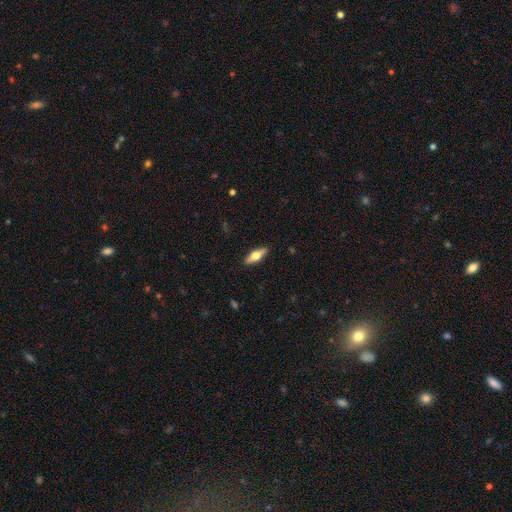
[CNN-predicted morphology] The model was most divided on "smooth or featured": smooth: 51%, featured or disk: 43%, star or artifact: 6%. More confident: merging — none (89%); how rounded — in between (59%).